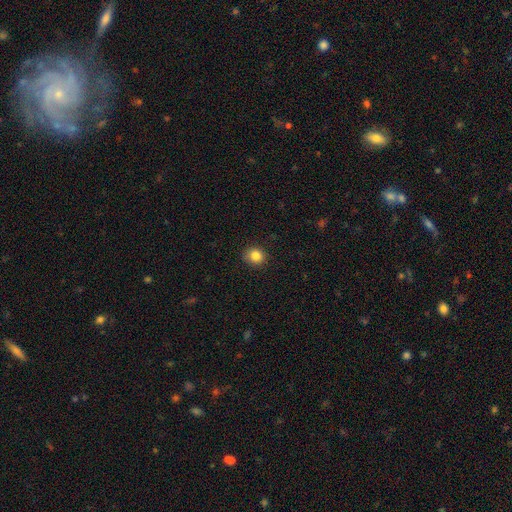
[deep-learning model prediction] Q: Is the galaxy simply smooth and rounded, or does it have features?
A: smooth — 84%.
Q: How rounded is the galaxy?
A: round — 79%.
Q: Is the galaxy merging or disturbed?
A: none — 88%.